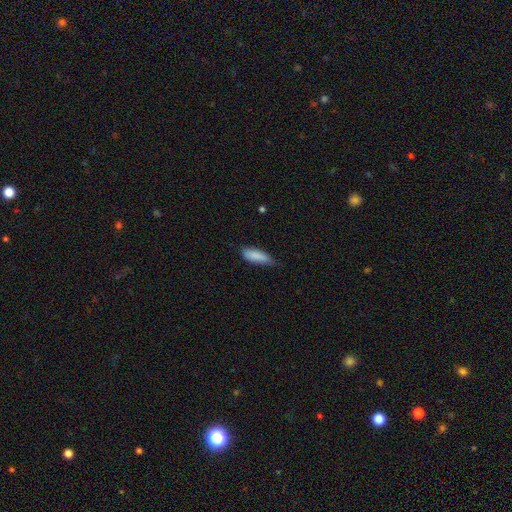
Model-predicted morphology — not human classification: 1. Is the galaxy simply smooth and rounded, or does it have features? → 86% smooth, 7% featured or disk, 7% star or artifact.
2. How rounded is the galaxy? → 57% in between, 41% cigar-shaped, 2% round.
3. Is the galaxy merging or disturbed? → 56% none, 36% minor disturbance, 6% major disturbance, 2% merger.